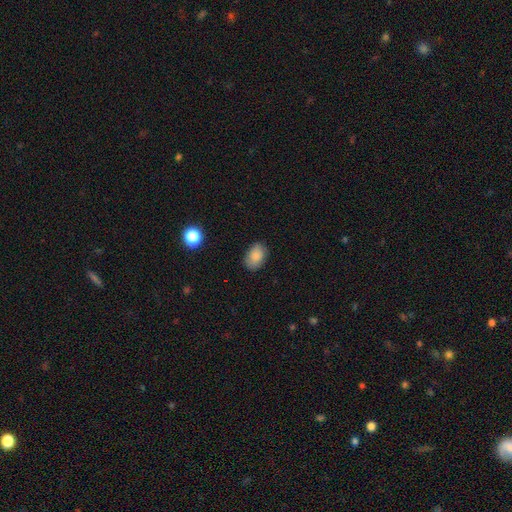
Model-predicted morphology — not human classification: smooth-or-featured: smooth: 84% | star or artifact: 8% | featured or disk: 8%
  how-rounded: in between: 83% | round: 16% | cigar-shaped: 1%
  merging: none: 82% | minor disturbance: 14% | major disturbance: 3% | merger: 1%